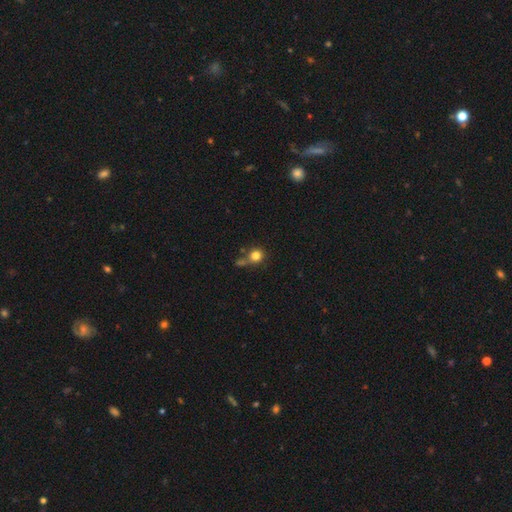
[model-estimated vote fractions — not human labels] Smooth or featured: smooth — 80% (star or artifact — 12%)
How rounded: round — 88% (in between — 11%)
Merging: none — 56% (merger — 21%)